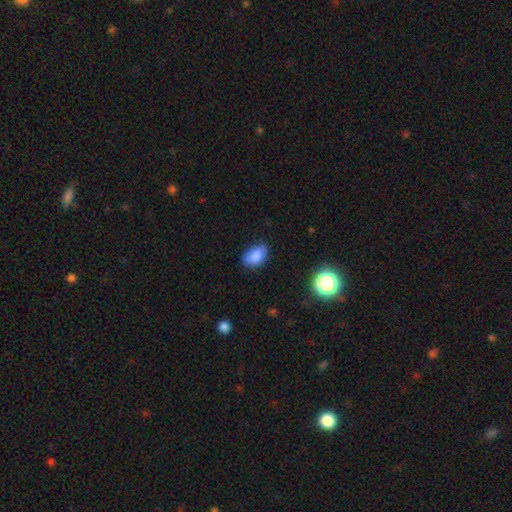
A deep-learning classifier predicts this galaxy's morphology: A smooth galaxy with no disk features (81%) that is in between round and cigar-shaped (83%). Merging: none (70%).